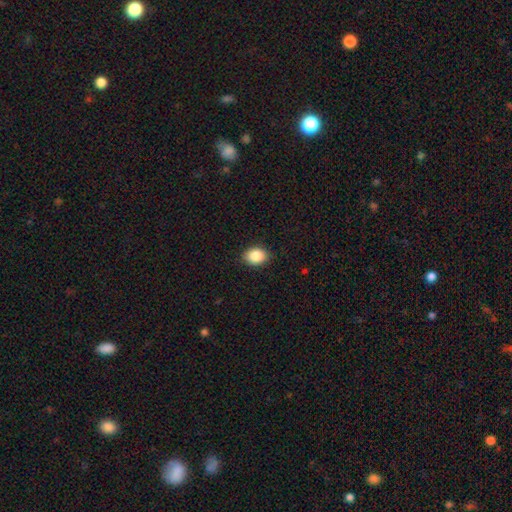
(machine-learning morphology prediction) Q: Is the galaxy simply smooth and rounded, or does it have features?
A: smooth — 88%.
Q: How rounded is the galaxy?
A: in between — 67%.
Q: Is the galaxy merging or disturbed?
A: none — 88%.